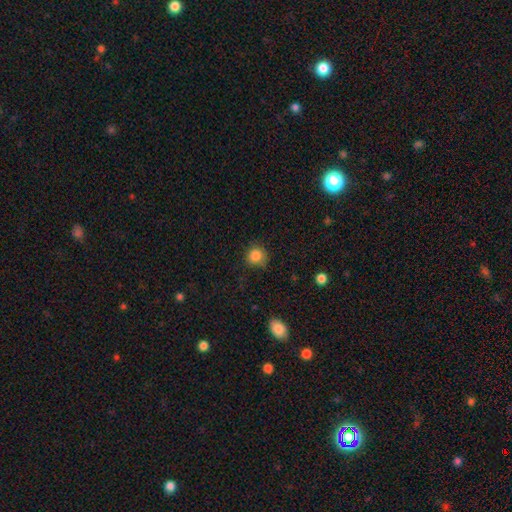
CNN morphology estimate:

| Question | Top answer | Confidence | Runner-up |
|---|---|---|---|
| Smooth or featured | smooth | 84% | star or artifact (11%) |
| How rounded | round | 86% | in between (13%) |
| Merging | none | 74% | minor disturbance (20%) |